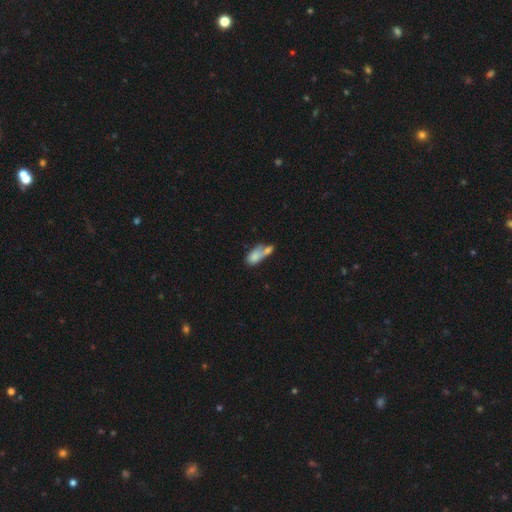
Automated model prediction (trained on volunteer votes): smooth_or_featured: smooth (p=0.67) [alt: featured or disk p=0.23]
how_rounded: in between (p=0.81) [alt: cigar-shaped p=0.13]
merging: merger (p=0.57) [alt: none p=0.20]